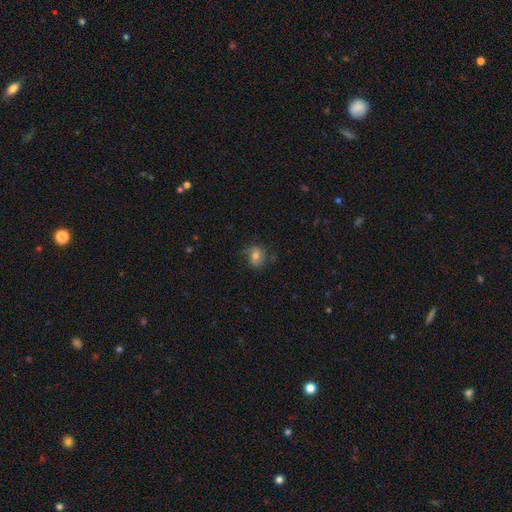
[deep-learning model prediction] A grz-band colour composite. It shows a smooth galaxy with no disk features (64%) that is round (63%). Merging: none (71%).